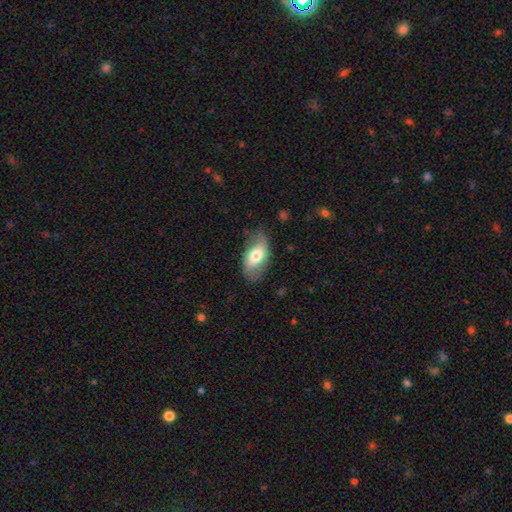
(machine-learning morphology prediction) Smooth or featured? Predicted: smooth (p=0.59). How rounded? Predicted: in between (p=0.91). Merging? Predicted: none (p=0.72).